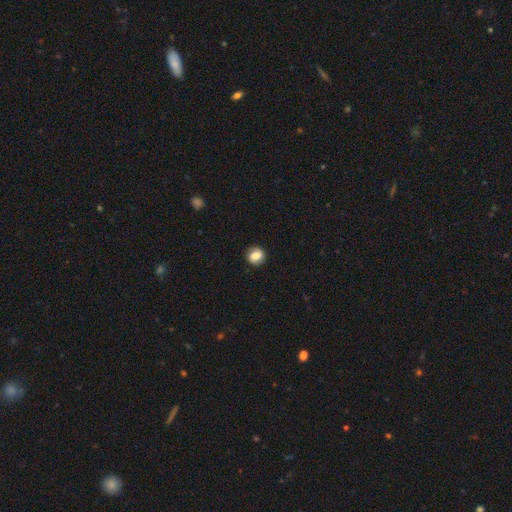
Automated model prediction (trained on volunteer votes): A smooth galaxy with no disk features (78%) that is round (78%).

Vote fractions:
- Smooth or featured? smooth: 78% / featured or disk: 13% / star or artifact: 9%
- How rounded? round: 78% / in between: 21% / cigar-shaped: 1%
- Merging? none: 87% / minor disturbance: 9% / major disturbance: 3% / merger: 1%